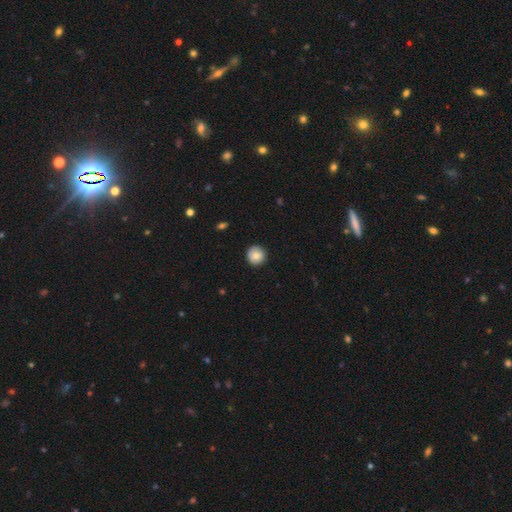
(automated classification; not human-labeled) Smooth or featured? Predicted: smooth (p=0.84). How rounded? Predicted: round (p=0.95). Merging? Predicted: none (p=0.91).